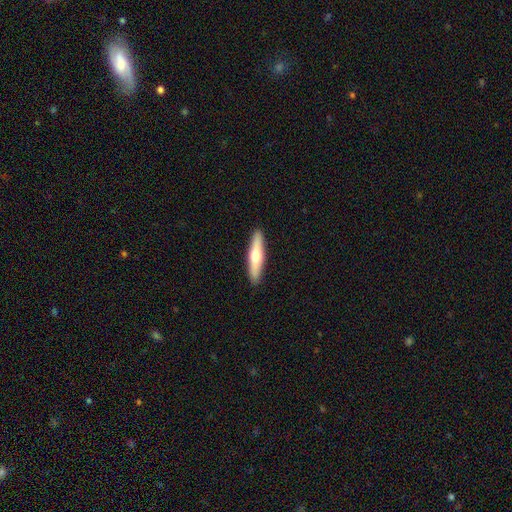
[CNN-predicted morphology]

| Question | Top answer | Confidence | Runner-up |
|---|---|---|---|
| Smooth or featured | smooth | 51% | featured or disk (44%) |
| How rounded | cigar-shaped | 84% | in between (15%) |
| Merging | none | 91% | minor disturbance (6%) |